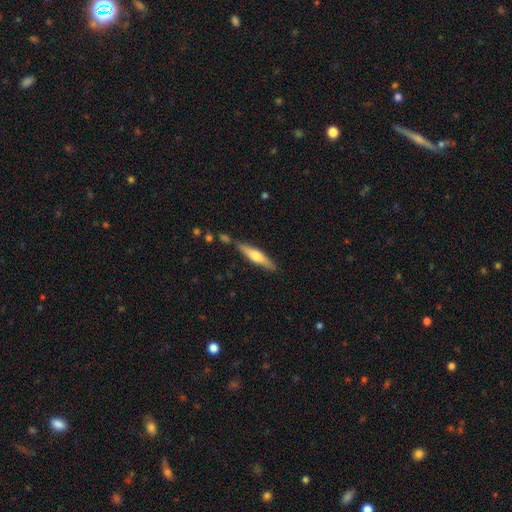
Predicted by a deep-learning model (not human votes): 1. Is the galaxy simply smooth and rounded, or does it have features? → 49% featured or disk, 45% smooth, 5% star or artifact.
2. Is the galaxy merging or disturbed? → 81% none, 12% minor disturbance, 5% merger, 2% major disturbance.